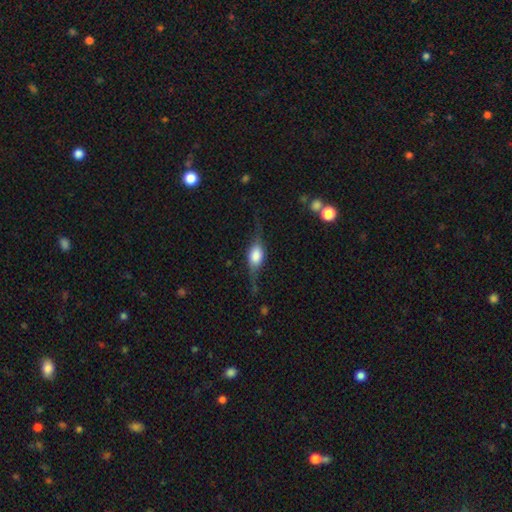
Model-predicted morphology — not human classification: Smooth or featured? featured or disk (58%)
Edge-on disk? yes (87%)
Edge-on bulge? rounded (84%)
Merging? none (64%)